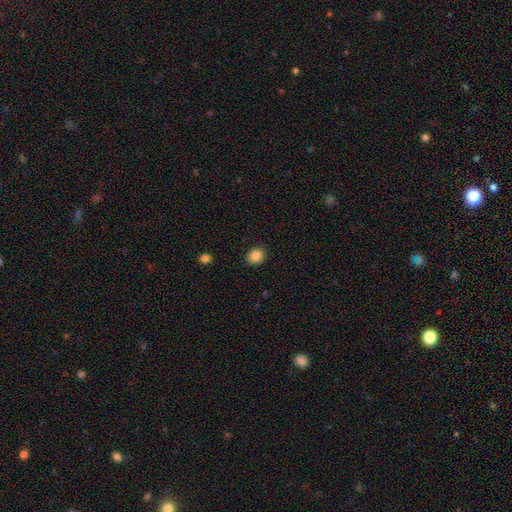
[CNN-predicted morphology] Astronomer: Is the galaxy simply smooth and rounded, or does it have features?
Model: smooth — 86%.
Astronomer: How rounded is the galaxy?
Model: round — 58% (runner-up: in between, 41%).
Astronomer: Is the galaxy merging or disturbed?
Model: none — 90%.